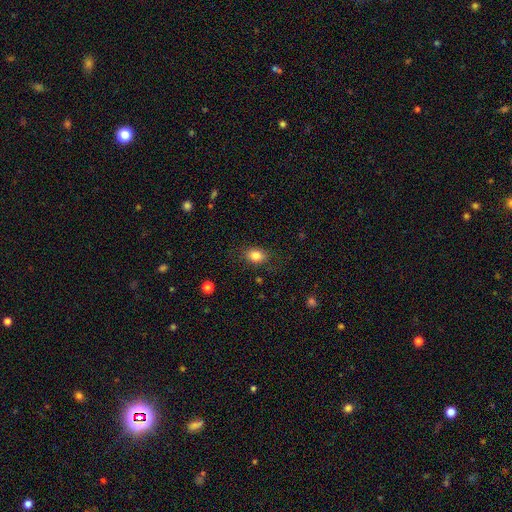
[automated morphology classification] Smooth or featured?
  - smooth: 83% *
  - star or artifact: 10%
  - featured or disk: 8%
How rounded?
  - in between: 70% *
  - round: 29%
  - cigar-shaped: 1%
Merging?
  - none: 80% *
  - minor disturbance: 14%
  - major disturbance: 5%
  - merger: 1%